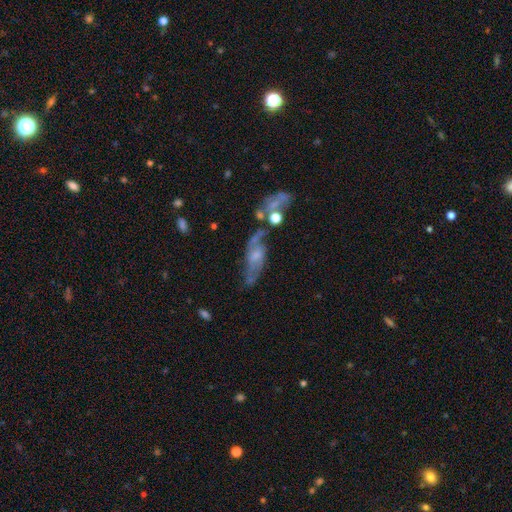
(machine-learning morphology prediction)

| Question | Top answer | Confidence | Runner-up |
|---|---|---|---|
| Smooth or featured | featured or disk | 70% | smooth (21%) |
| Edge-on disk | no | 82% | yes (18%) |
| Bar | no | 58% | weak (33%) |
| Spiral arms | yes | 82% | no (18%) |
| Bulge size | small | 43% | moderate (37%) |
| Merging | none | 43% | minor disturbance (22%) |